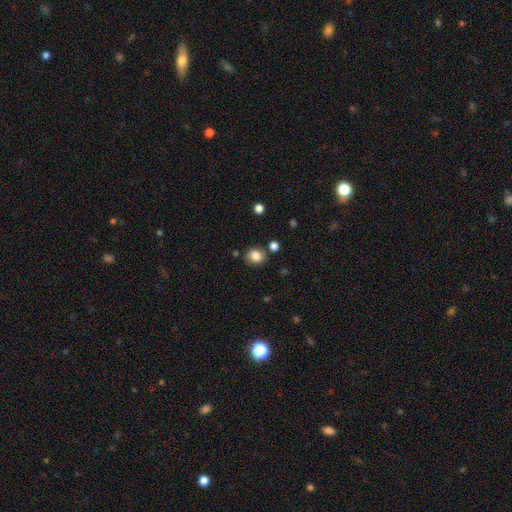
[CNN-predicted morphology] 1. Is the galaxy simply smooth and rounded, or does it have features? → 83% smooth, 10% star or artifact, 7% featured or disk.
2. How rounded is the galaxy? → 72% round, 28% in between, 1% cigar-shaped.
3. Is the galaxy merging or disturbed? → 78% none, 13% minor disturbance, 6% merger, 3% major disturbance.